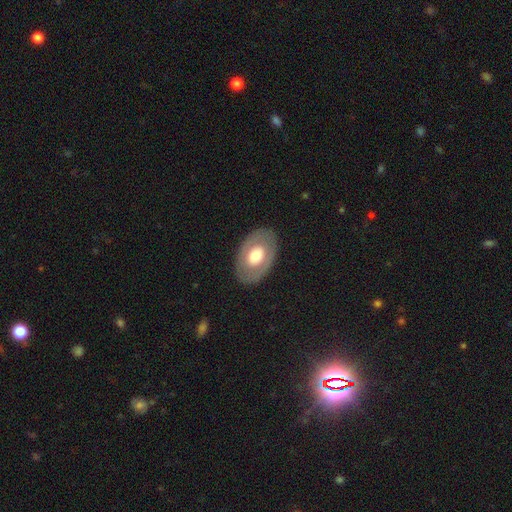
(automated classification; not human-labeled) Q: Smooth or featured?
A: smooth (53%); runner-up: featured or disk (42%)
Q: How rounded?
A: in between (86%); runner-up: round (13%)
Q: Merging?
A: none (85%); runner-up: minor disturbance (10%)